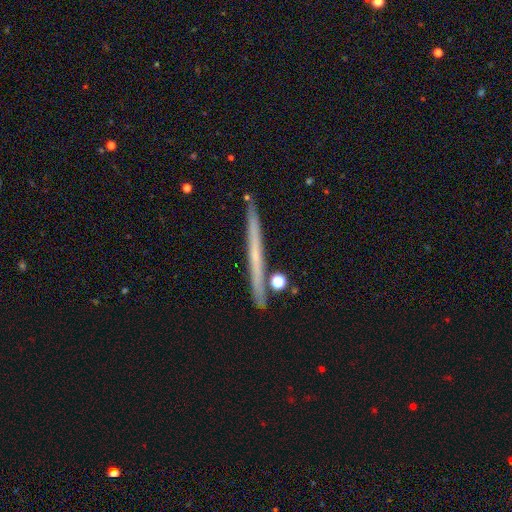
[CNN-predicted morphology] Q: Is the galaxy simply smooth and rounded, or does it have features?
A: featured or disk — 55%.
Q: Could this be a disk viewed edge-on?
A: yes — 96%.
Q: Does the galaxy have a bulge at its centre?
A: none — 86%.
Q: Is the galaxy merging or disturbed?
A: none — 87%.